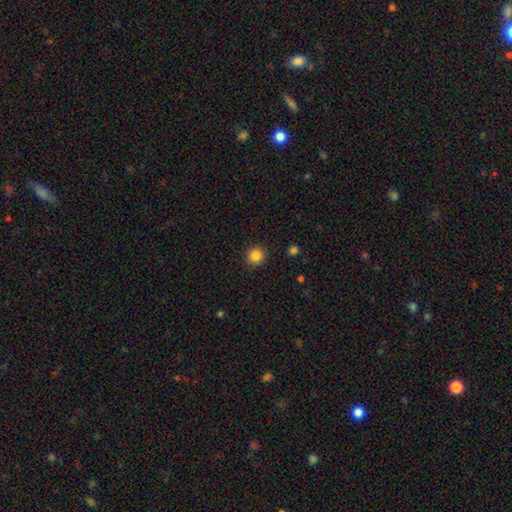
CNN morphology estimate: A smooth galaxy with no disk features (85%) that is round (93%). Merging: none (91%).